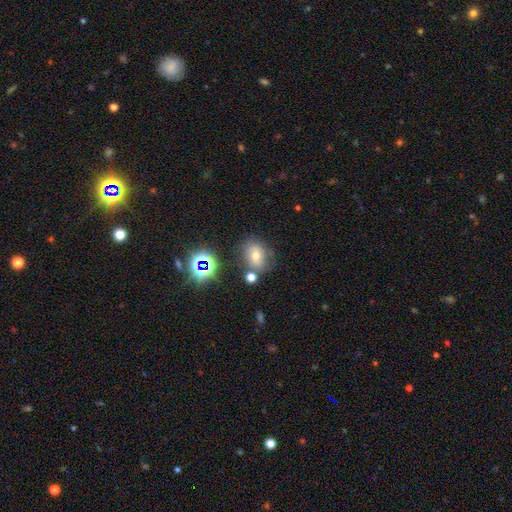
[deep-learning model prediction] Smooth or featured? Predicted: smooth (p=0.59). How rounded? Predicted: in between (p=0.54). Merging? Predicted: none (p=0.64).